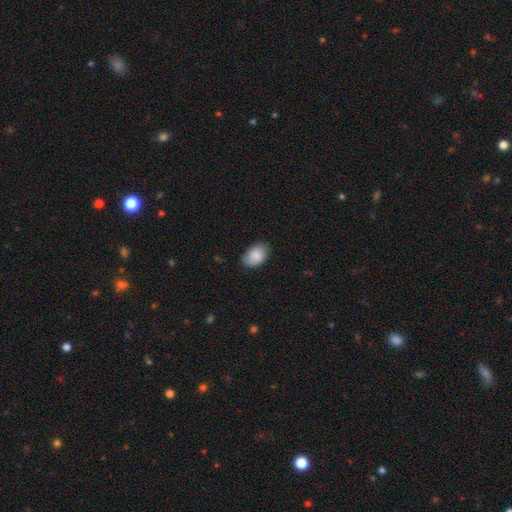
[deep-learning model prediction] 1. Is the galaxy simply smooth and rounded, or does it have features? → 88% smooth, 6% star or artifact, 6% featured or disk.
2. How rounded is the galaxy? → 90% in between, 9% round, 1% cigar-shaped.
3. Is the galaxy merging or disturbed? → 78% none, 18% minor disturbance, 3% major disturbance, 1% merger.